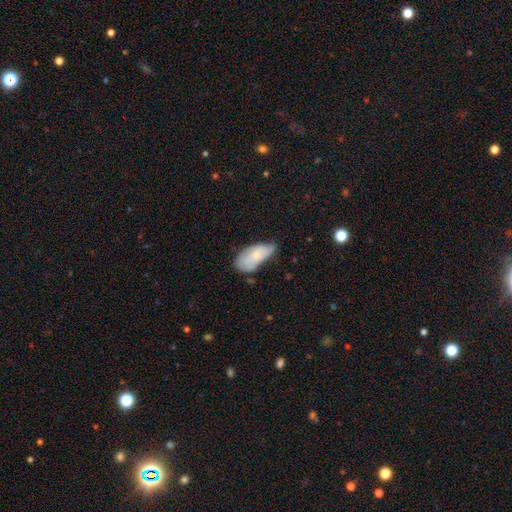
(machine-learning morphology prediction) Smooth or featured? smooth (70%)
How rounded? in between (92%)
Merging? minor disturbance (45%)